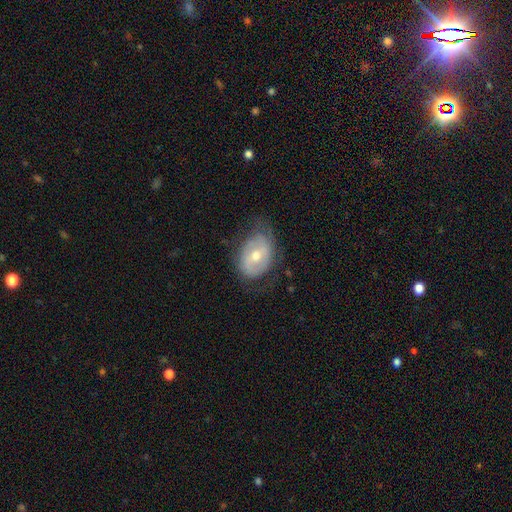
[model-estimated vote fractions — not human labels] The model was most divided on "bar": no: 46%, weak: 40%, strong: 14%. More confident: edge-on disk — no (94%); spiral arms — yes (68%); bulge size — moderate (62%); merging — none (61%); smooth or featured — featured or disk (61%).